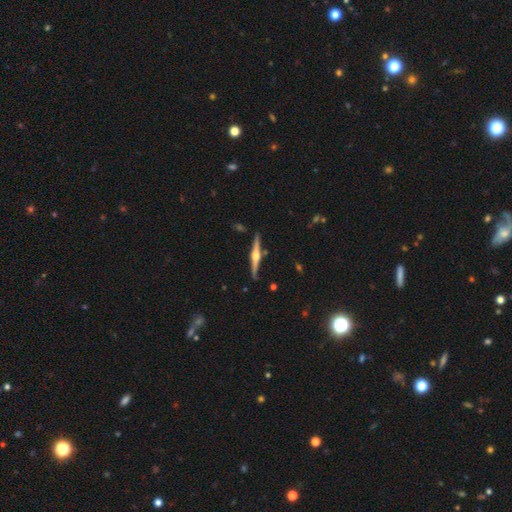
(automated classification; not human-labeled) Smooth or featured? featured or disk (81%)
Edge-on disk? yes (98%)
Edge-on bulge? rounded (93%)
Merging? none (89%)